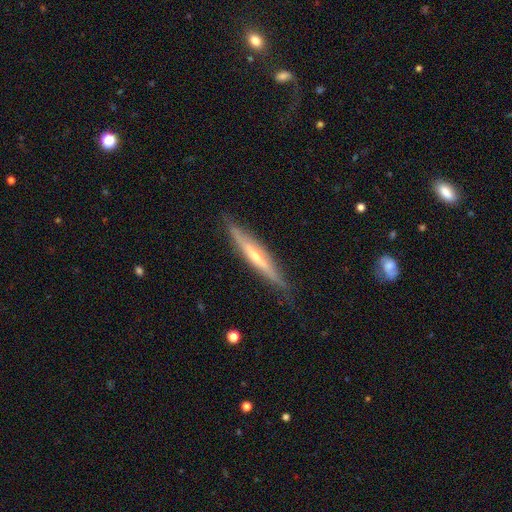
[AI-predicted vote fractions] A featured or disk galaxy (65%) viewed edge-on (93%) with a rounded central bulge (59%). Merging: none (83%).